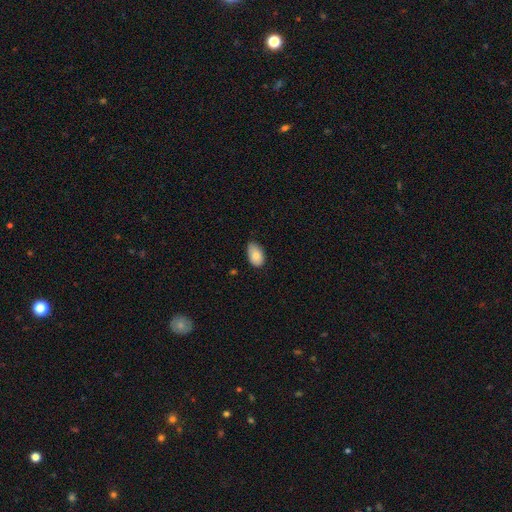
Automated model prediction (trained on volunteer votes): smooth_or_featured: smooth (p=0.81) [alt: featured or disk p=0.12]
how_rounded: in between (p=0.91) [alt: round p=0.08]
merging: none (p=0.63) [alt: minor disturbance p=0.32]